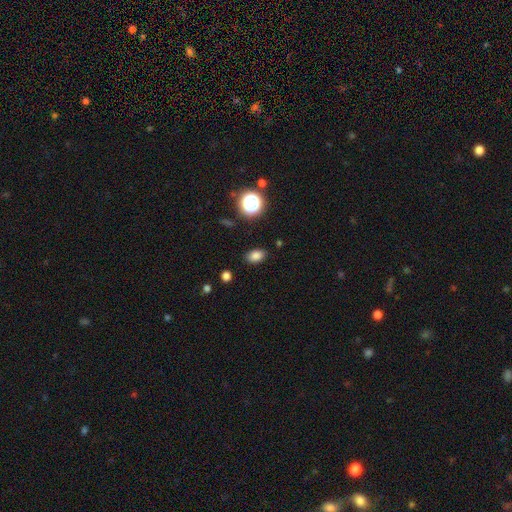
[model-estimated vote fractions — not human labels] Smooth or featured? Predicted: smooth (p=0.81). How rounded? Predicted: in between (p=0.82). Merging? Predicted: none (p=0.87).